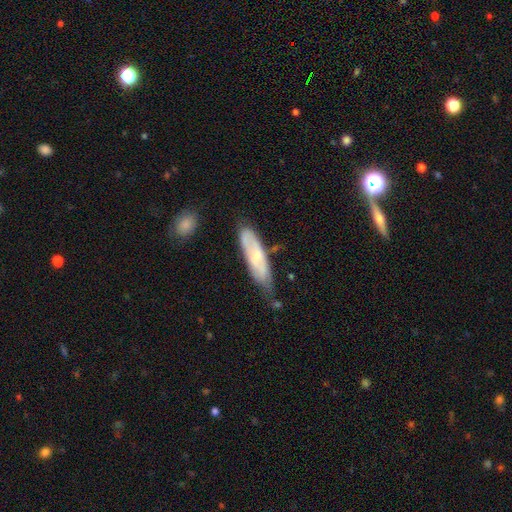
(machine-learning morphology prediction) smooth_or_featured: smooth (p=0.52) [alt: featured or disk p=0.41]
how_rounded: cigar-shaped (p=0.62) [alt: in between p=0.37]
merging: none (p=0.58) [alt: minor disturbance p=0.31]